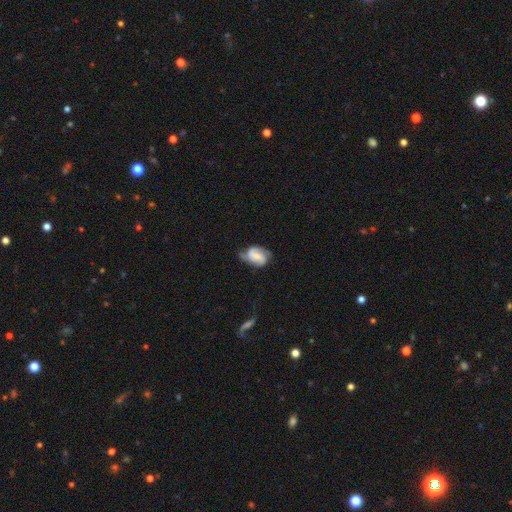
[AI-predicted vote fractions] A featured or disk galaxy (65%) with a weak bar (42%), 2 (73%) medium (45%) spiral arms (91%) and a small central bulge (38%).

Vote fractions:
- Smooth or featured? featured or disk: 65% / smooth: 27% / star or artifact: 7%
- Edge-on disk? no: 97% / yes: 3%
- Bar? weak: 42% / no: 40% / strong: 18%
- Spiral arms? yes: 91% / no: 9%
- Spiral winding? medium: 45% / tight: 30% / loose: 25%
- Spiral arm count? 2: 73% / can't tell: 10% / 3: 9% / 1: 5% / 4: 2% / more than 4: 1%
- Bulge size? small: 38% / moderate: 29% / none: 23% / large: 8% / dominant: 2%
- Merging? none: 51% / minor disturbance: 32% / major disturbance: 15% / merger: 3%